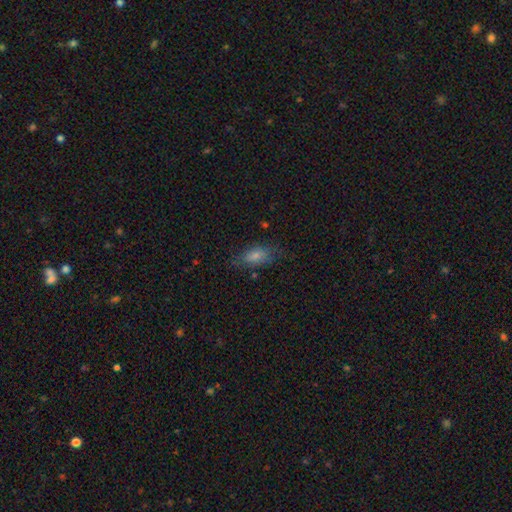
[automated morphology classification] Smooth or featured? smooth (76%)
How rounded? in between (85%)
Merging? none (66%)